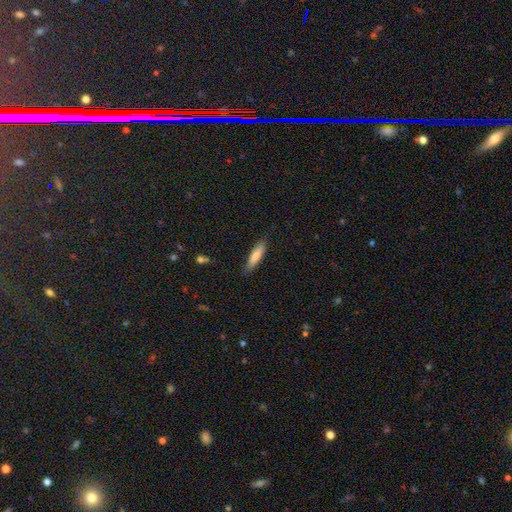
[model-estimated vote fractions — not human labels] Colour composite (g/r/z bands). It shows a smooth galaxy with no disk features (76%) that is cigar-shaped (73%). Merging: none (84%).